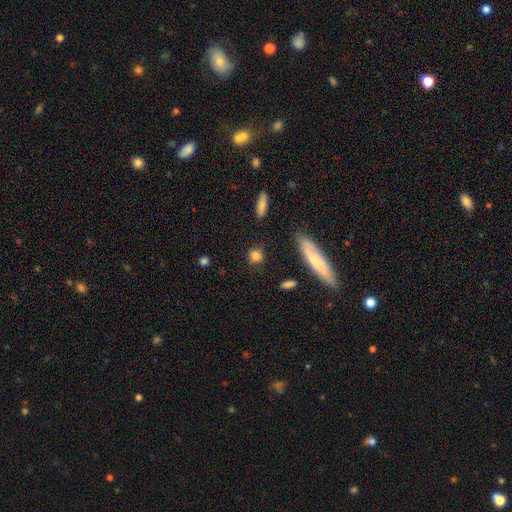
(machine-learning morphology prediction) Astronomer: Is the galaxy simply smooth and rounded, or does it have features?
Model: smooth — 82%.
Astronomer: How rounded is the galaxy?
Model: round — 75%.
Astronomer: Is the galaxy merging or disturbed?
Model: none — 83%.